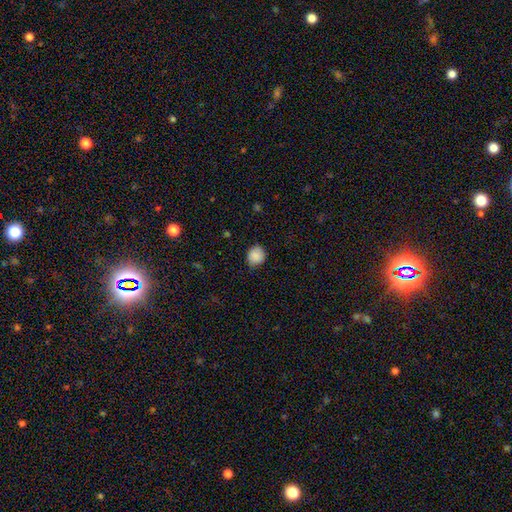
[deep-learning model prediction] smooth 87%, star or artifact 9%, featured or disk 5%. Down the decision tree: how rounded — round (82%); merging — none (78%).